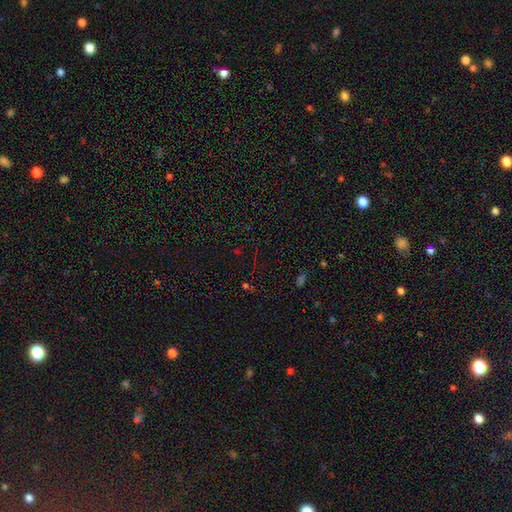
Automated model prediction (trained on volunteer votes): smooth-or-featured: star or artifact: 68% | smooth: 23% | featured or disk: 10%